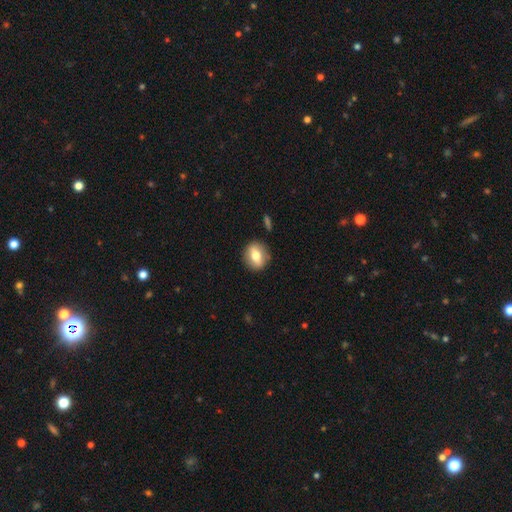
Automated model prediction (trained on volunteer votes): smooth_or_featured: smooth (p=0.67) [alt: featured or disk p=0.25]
how_rounded: round (p=0.56) [alt: in between p=0.41]
merging: none (p=0.87) [alt: minor disturbance p=0.09]